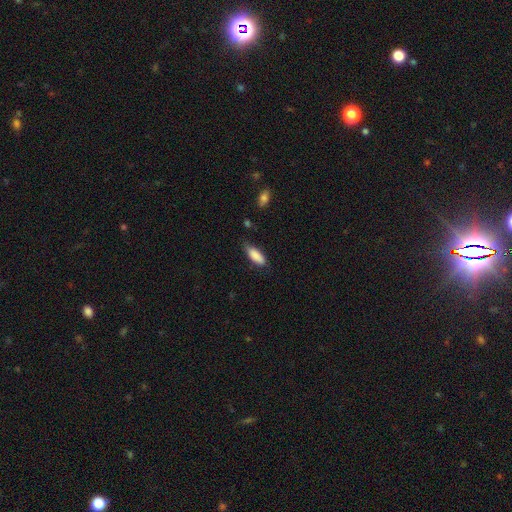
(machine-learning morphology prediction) Smooth or featured? smooth (88%)
How rounded? in between (71%)
Merging? none (70%)